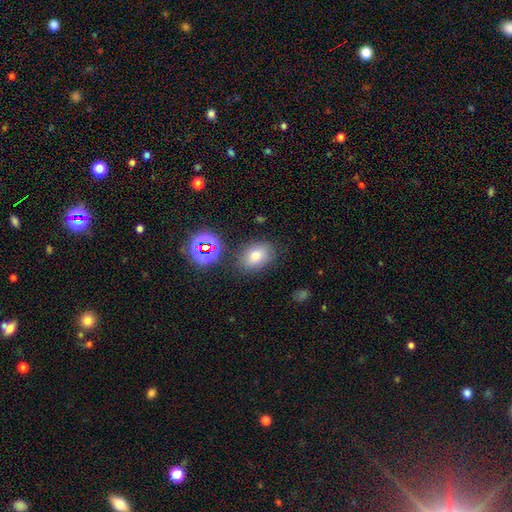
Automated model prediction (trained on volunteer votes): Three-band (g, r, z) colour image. It shows a smooth galaxy with no disk features (71%) that is in between round and cigar-shaped (71%). Merging: none (78%).